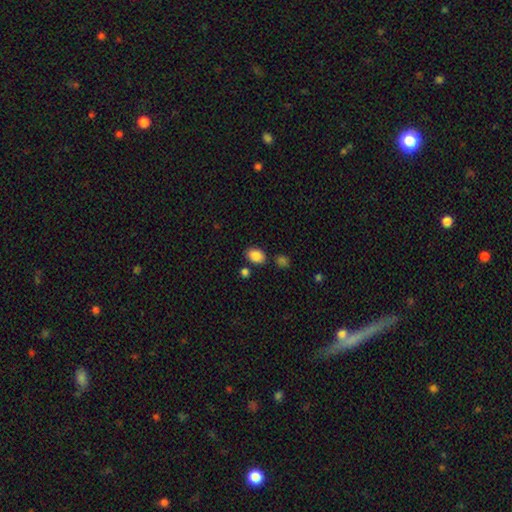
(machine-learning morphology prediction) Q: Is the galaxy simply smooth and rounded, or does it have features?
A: smooth — 87%.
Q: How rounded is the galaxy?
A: in between — 76%.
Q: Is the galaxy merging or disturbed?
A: none — 77%.